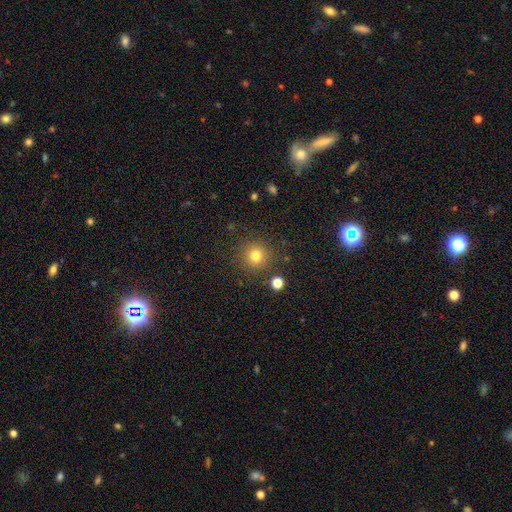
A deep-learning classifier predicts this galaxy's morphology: smooth 79%, star or artifact 15%, featured or disk 7%. Down the decision tree: how rounded — round (94%); merging — none (87%).